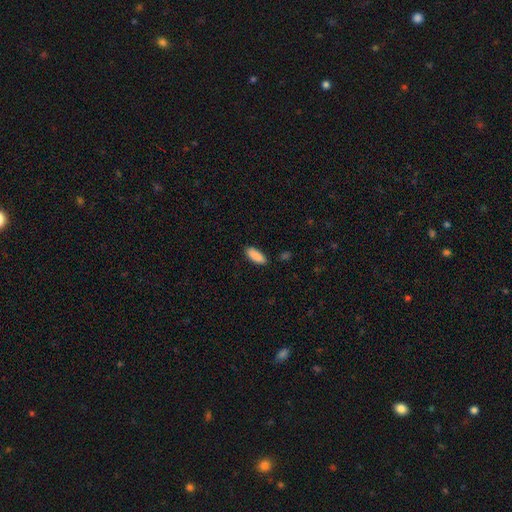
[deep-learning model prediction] smooth_or_featured: smooth (p=0.90) [alt: star or artifact p=0.06]
how_rounded: in between (p=0.71) [alt: cigar-shaped p=0.28]
merging: none (p=0.85) [alt: minor disturbance p=0.11]